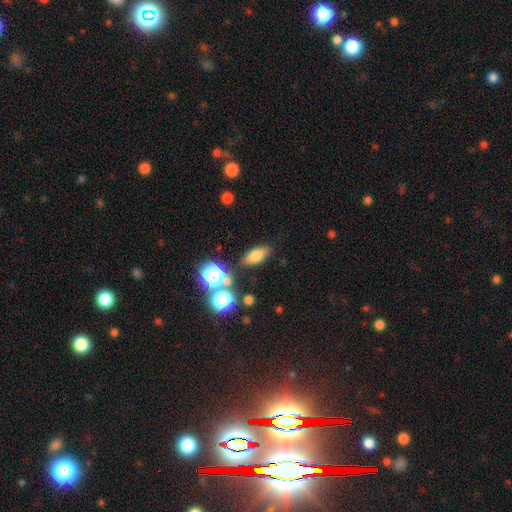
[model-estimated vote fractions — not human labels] smooth-or-featured: smooth: 73% | star or artifact: 14% | featured or disk: 13%
  how-rounded: in between: 71% | cigar-shaped: 17% | round: 11%
  merging: none: 81% | minor disturbance: 10% | merger: 6% | major disturbance: 4%